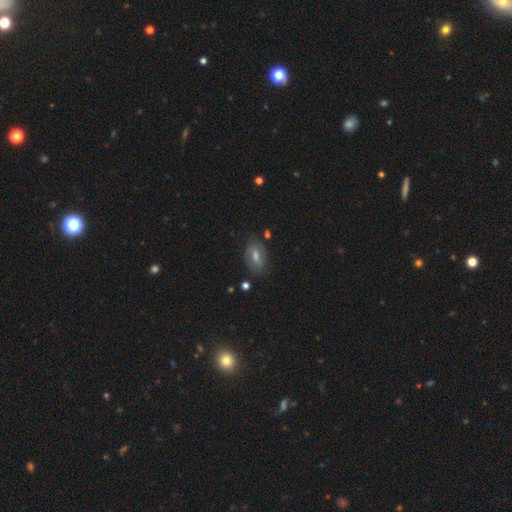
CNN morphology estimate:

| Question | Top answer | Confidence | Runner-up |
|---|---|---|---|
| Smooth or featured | smooth | 43% | featured or disk (41%) |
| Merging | none | 78% | minor disturbance (16%) |